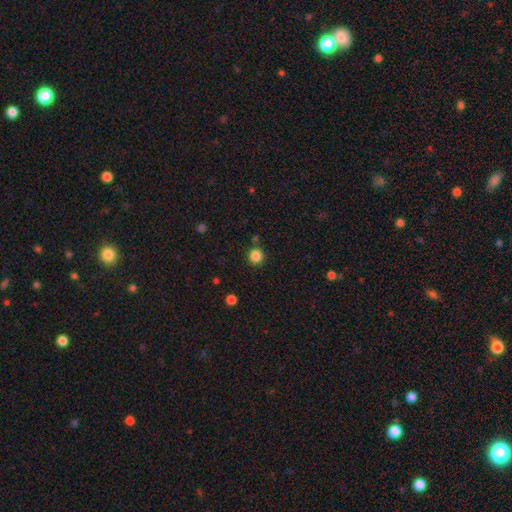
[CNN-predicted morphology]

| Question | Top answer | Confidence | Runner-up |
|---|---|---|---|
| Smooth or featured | smooth | 85% | star or artifact (12%) |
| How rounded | round | 93% | in between (6%) |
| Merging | none | 86% | minor disturbance (8%) |